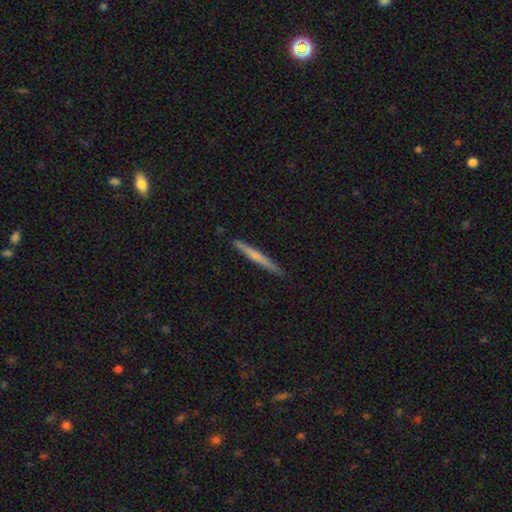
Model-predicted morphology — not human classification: Smooth or featured? smooth (55%)
How rounded? cigar-shaped (97%)
Merging? none (91%)